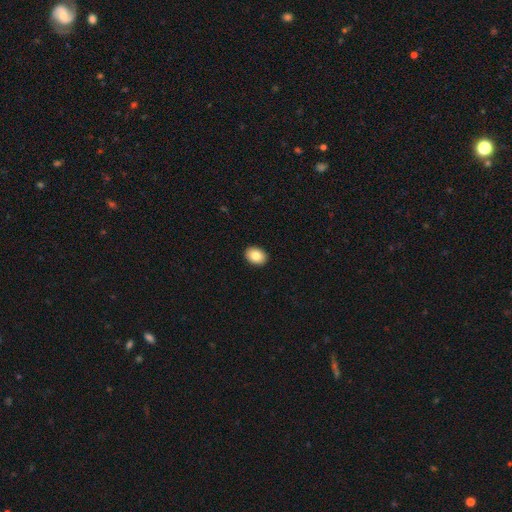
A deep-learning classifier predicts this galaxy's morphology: A smooth galaxy with no disk features (83%) that is in between round and cigar-shaped (68%).

Vote fractions:
- Smooth or featured? smooth: 83% / featured or disk: 9% / star or artifact: 8%
- How rounded? in between: 68% / round: 31% / cigar-shaped: 1%
- Merging? none: 92% / minor disturbance: 6% / major disturbance: 1% / merger: 1%